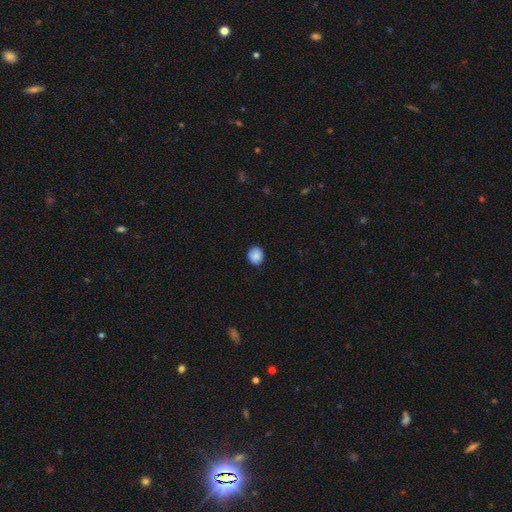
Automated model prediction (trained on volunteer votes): Q: Smooth or featured?
A: smooth (88%); runner-up: star or artifact (8%)
Q: How rounded?
A: round (72%); runner-up: in between (28%)
Q: Merging?
A: none (85%); runner-up: minor disturbance (11%)